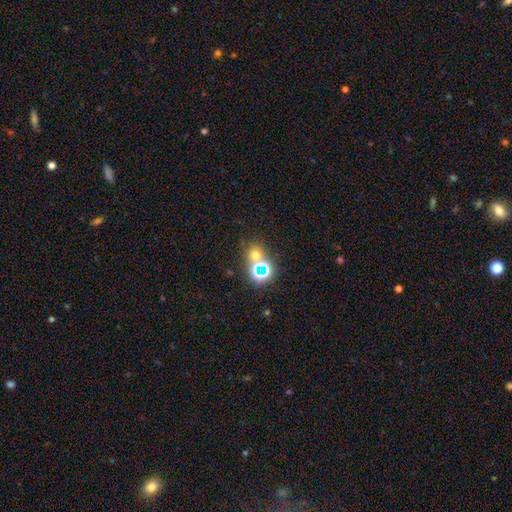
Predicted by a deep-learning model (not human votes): smooth 52%, star or artifact 39%, featured or disk 9%. Down the decision tree: how rounded — round (83%); merging — none (64%).